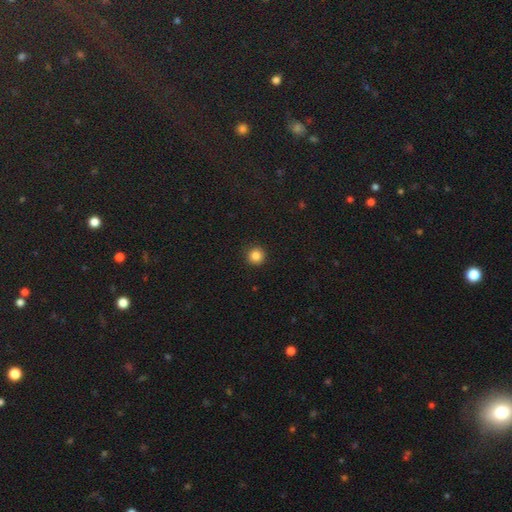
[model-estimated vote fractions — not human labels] Q: Smooth or featured?
A: smooth (84%); runner-up: star or artifact (11%)
Q: How rounded?
A: round (96%); runner-up: in between (3%)
Q: Merging?
A: none (93%); runner-up: minor disturbance (5%)